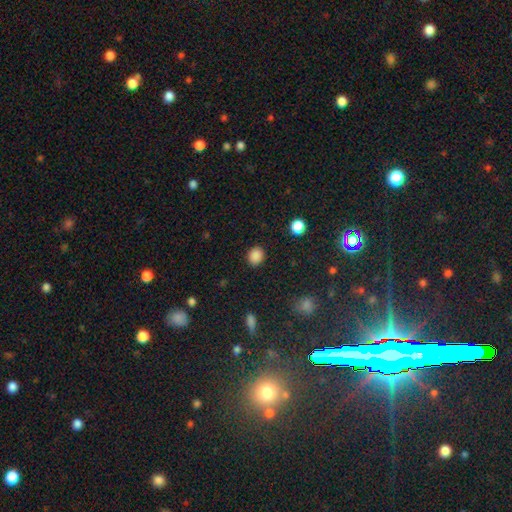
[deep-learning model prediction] smooth_or_featured: smooth (p=0.87) [alt: star or artifact p=0.10]
how_rounded: round (p=0.68) [alt: in between p=0.31]
merging: none (p=0.89) [alt: minor disturbance p=0.08]